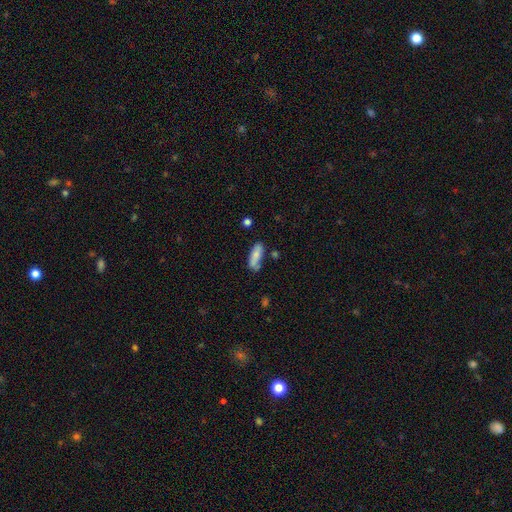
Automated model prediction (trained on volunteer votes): smooth_or_featured: smooth (p=0.79) [alt: featured or disk p=0.15]
how_rounded: in between (p=0.58) [alt: cigar-shaped p=0.40]
merging: none (p=0.62) [alt: minor disturbance p=0.23]